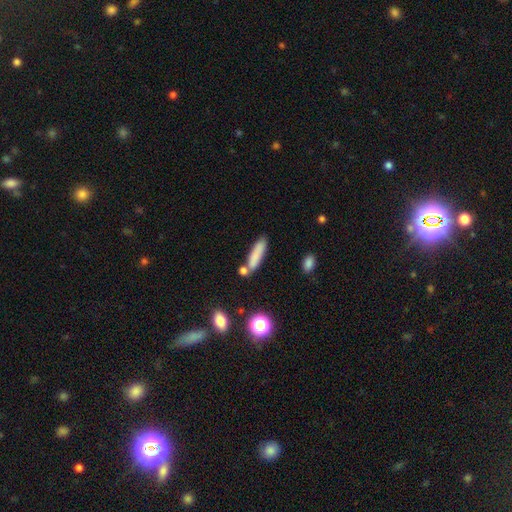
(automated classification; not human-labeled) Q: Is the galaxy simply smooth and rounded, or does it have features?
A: smooth — 81%.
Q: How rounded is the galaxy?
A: cigar-shaped — 75%.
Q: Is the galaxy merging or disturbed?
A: none — 68%.